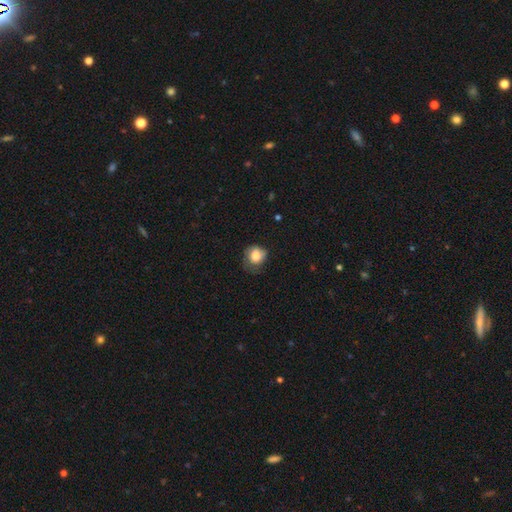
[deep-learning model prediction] smooth 78%, featured or disk 13%, star or artifact 9%. Down the decision tree: how rounded — round (72%); merging — none (50%).